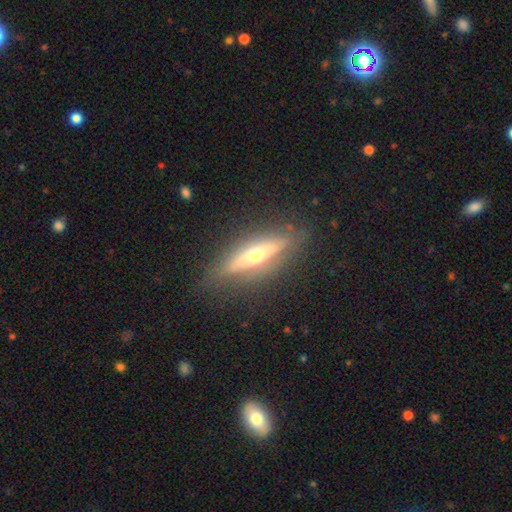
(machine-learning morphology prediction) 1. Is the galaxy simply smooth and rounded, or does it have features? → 70% featured or disk, 23% smooth, 6% star or artifact.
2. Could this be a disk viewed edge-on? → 93% yes, 7% no.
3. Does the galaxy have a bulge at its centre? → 89% rounded, 8% none, 3% boxy.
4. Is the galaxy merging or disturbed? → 86% none, 10% minor disturbance, 3% major disturbance, 1% merger.